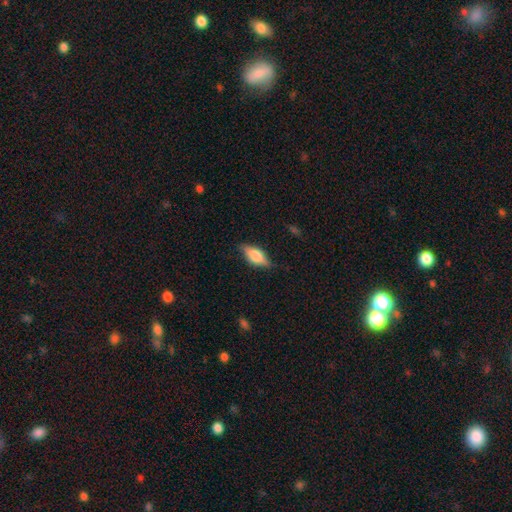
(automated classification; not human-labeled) This appears to be a smooth galaxy with no disk features (57%) that is in between round and cigar-shaped (76%). Merging: none (79%).